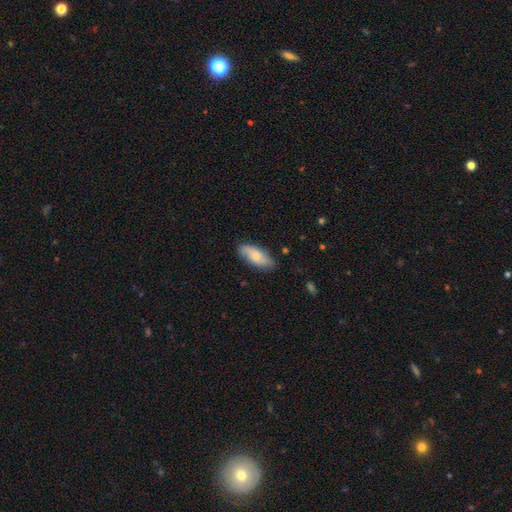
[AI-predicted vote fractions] Smooth or featured? smooth (66%)
How rounded? in between (84%)
Merging? none (78%)